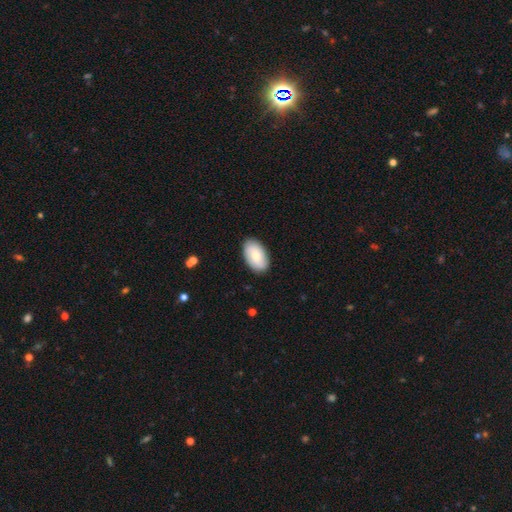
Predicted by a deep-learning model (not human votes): The model was most divided on "smooth or featured": smooth: 74%, featured or disk: 20%, star or artifact: 6%. More confident: how rounded — in between (94%); merging — none (87%).